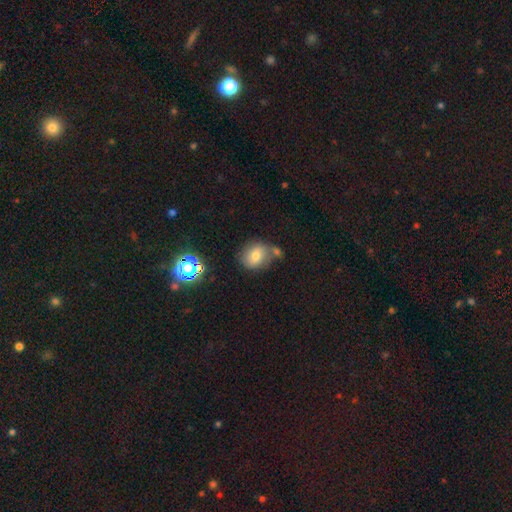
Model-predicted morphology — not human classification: Smooth or featured? Predicted: smooth (p=0.70). How rounded? Predicted: round (p=0.65). Merging? Predicted: none (p=0.58).